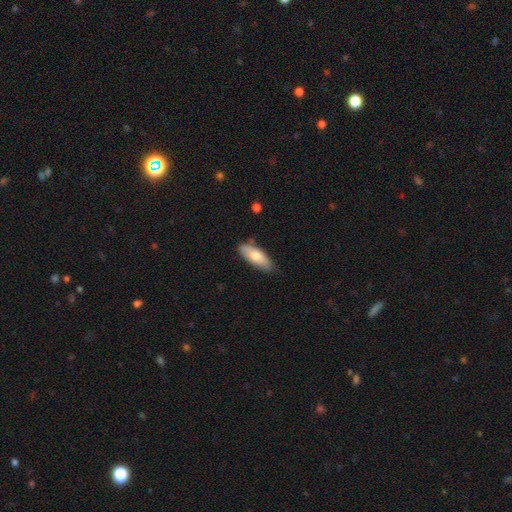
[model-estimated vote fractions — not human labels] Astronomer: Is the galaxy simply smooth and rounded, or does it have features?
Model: smooth — 76%.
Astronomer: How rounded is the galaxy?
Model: in between — 73%.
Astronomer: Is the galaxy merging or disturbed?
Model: none — 74%.